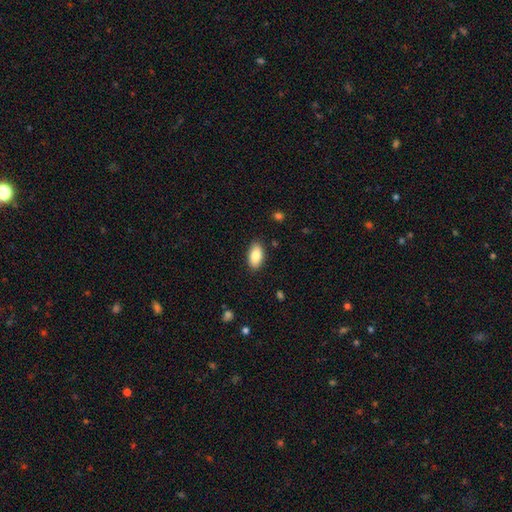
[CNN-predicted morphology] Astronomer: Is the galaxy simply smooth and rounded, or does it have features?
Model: smooth — 84%.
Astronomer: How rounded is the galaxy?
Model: in between — 93%.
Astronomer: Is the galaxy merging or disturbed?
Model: none — 87%.